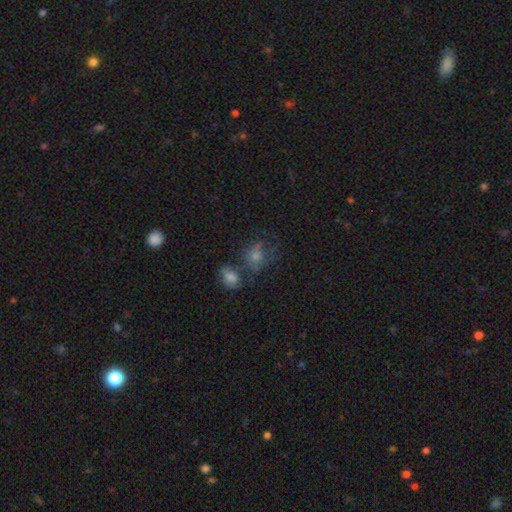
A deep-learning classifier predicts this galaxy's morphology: Smooth or featured?
  - smooth: 59% *
  - star or artifact: 22%
  - featured or disk: 19%
How rounded?
  - round: 62% *
  - in between: 36%
  - cigar-shaped: 1%
Merging?
  - none: 46% *
  - merger: 24%
  - minor disturbance: 18%
  - major disturbance: 12%